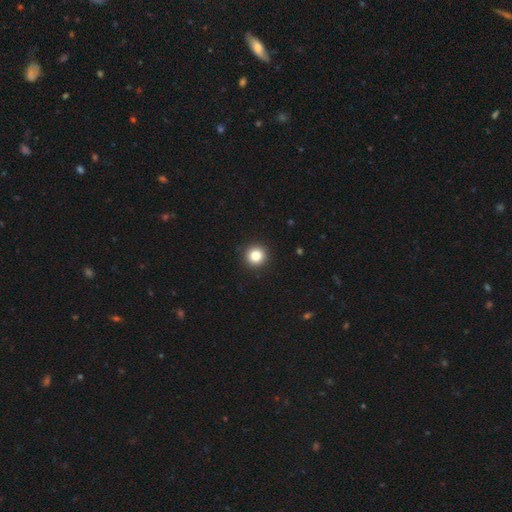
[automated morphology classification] Smooth or featured? smooth (83%)
How rounded? round (95%)
Merging? none (93%)